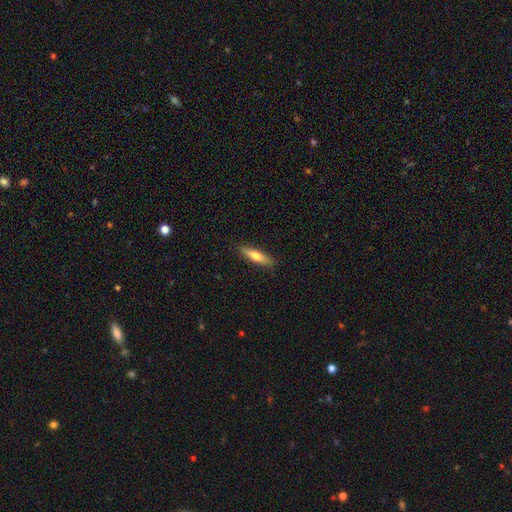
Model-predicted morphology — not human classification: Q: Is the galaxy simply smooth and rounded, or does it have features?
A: smooth — 62%.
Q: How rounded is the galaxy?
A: cigar-shaped — 77%.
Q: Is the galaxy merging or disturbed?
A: none — 88%.